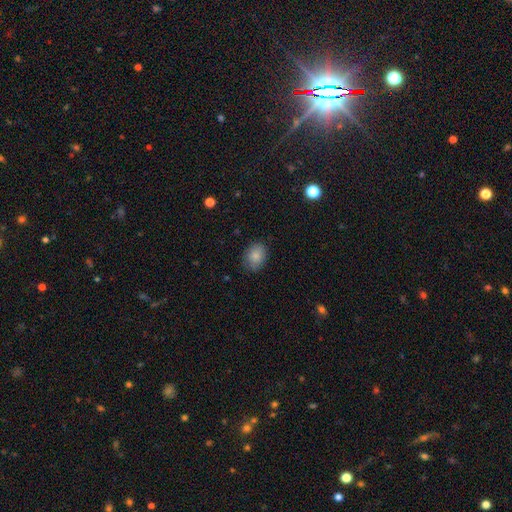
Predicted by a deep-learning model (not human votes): Smooth or featured? Predicted: smooth (p=0.85). How rounded? Predicted: in between (p=0.67). Merging? Predicted: none (p=0.82).